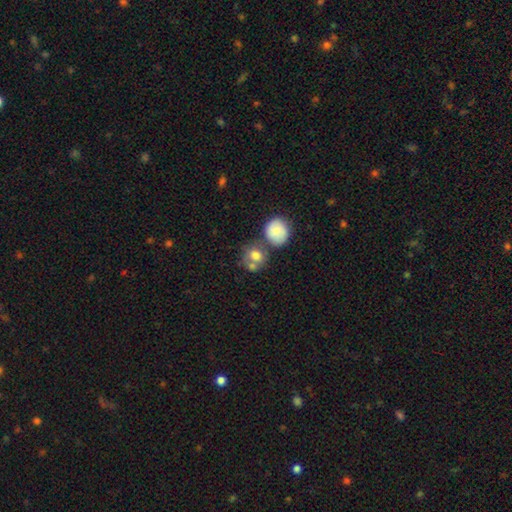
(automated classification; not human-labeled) smooth 73%, featured or disk 17%, star or artifact 11%. Down the decision tree: how rounded — round (76%); merging — none (47%).